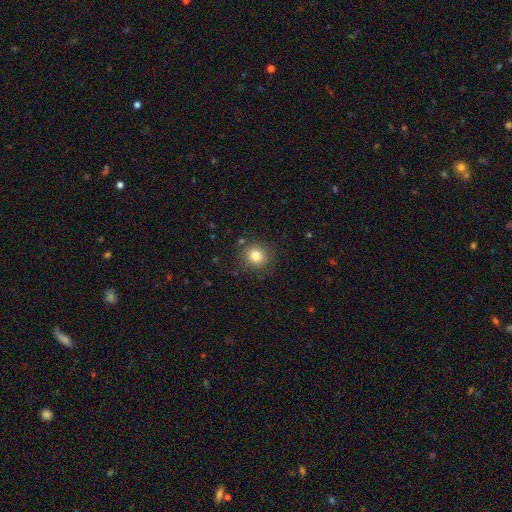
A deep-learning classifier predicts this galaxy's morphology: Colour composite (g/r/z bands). It shows a smooth galaxy with no disk features (81%) that is round (88%). Merging: none (86%).